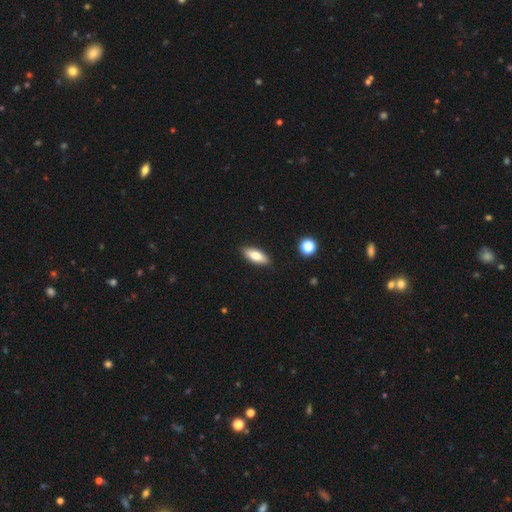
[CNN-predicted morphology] The model was most divided on "how rounded": in between: 78%, cigar-shaped: 20%, round: 3%. More confident: merging — none (89%); smooth or featured — smooth (77%).